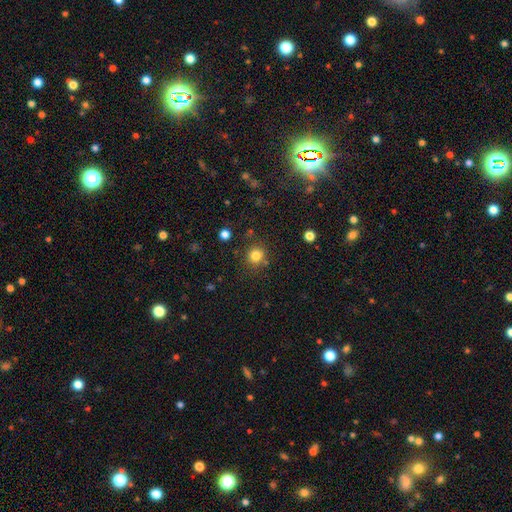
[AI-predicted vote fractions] Smooth or featured? smooth (81%)
How rounded? round (89%)
Merging? none (82%)